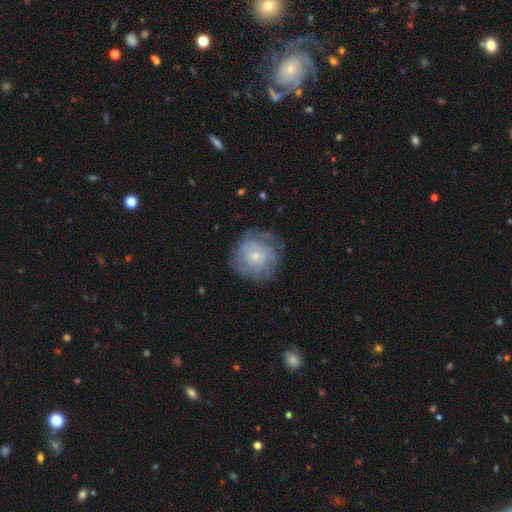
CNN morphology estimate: smooth_or_featured: featured or disk (p=0.50) [alt: smooth p=0.41]
disk_edge_on: no (p=0.97) [alt: yes p=0.03]
merging: none (p=0.72) [alt: minor disturbance p=0.18]